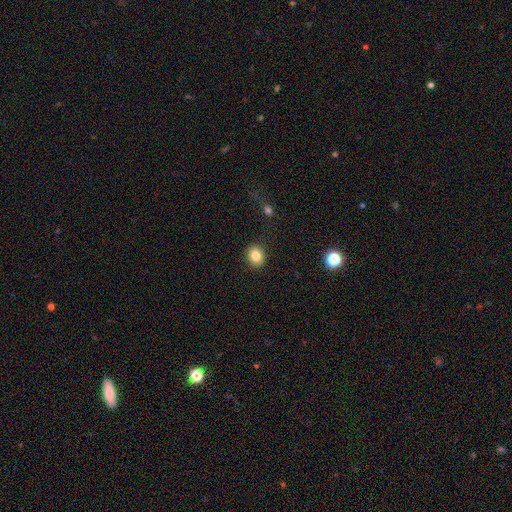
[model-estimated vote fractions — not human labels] smooth-or-featured: smooth: 83% | star or artifact: 10% | featured or disk: 6%
  how-rounded: round: 64% | in between: 35% | cigar-shaped: 1%
  merging: none: 89% | minor disturbance: 8% | major disturbance: 2% | merger: 1%